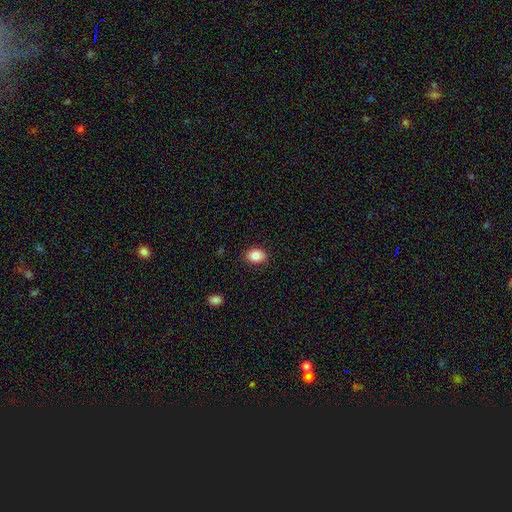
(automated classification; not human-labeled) Smooth or featured? Predicted: smooth (p=0.86). How rounded? Predicted: in between (p=0.71). Merging? Predicted: none (p=0.87).